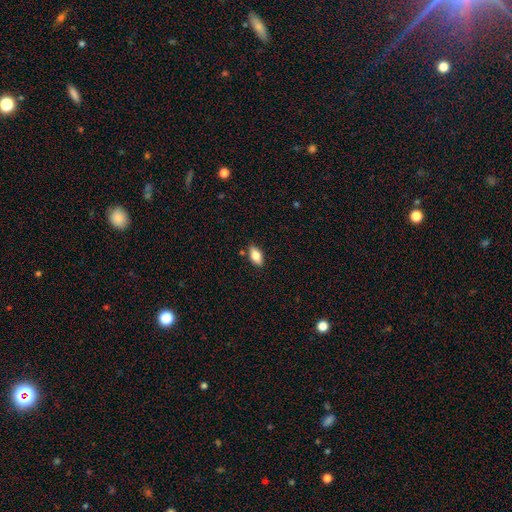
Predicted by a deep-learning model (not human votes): Smooth or featured: smooth — 79% (featured or disk — 13%)
How rounded: in between — 90% (cigar-shaped — 6%)
Merging: none — 83% (minor disturbance — 12%)